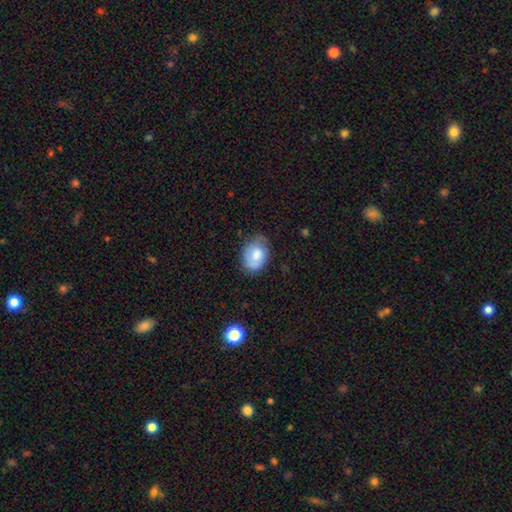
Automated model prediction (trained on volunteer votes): Smooth or featured? Predicted: smooth (p=0.71). How rounded? Predicted: in between (p=0.78). Merging? Predicted: none (p=0.60).